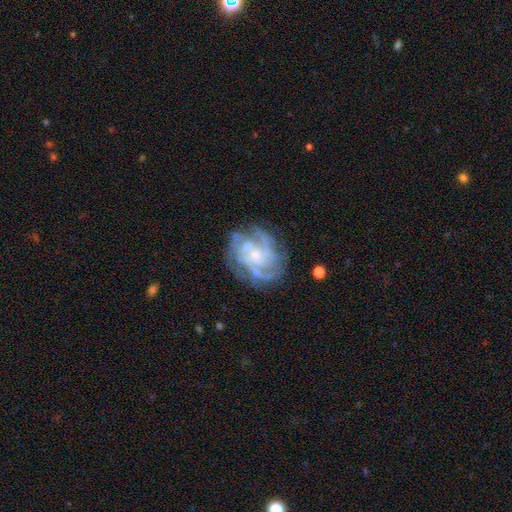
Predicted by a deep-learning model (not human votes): Q: Smooth or featured?
A: featured or disk (87%); runner-up: star or artifact (7%)
Q: Edge-on disk?
A: no (98%); runner-up: yes (2%)
Q: Bar?
A: no (71%); runner-up: weak (24%)
Q: Spiral arms?
A: yes (96%); runner-up: no (4%)
Q: Spiral winding?
A: tight (62%); runner-up: medium (32%)
Q: Spiral arm count?
A: 4 (28%); runner-up: can't tell (23%)
Q: Bulge size?
A: small (65%); runner-up: moderate (27%)
Q: Merging?
A: none (73%); runner-up: minor disturbance (17%)